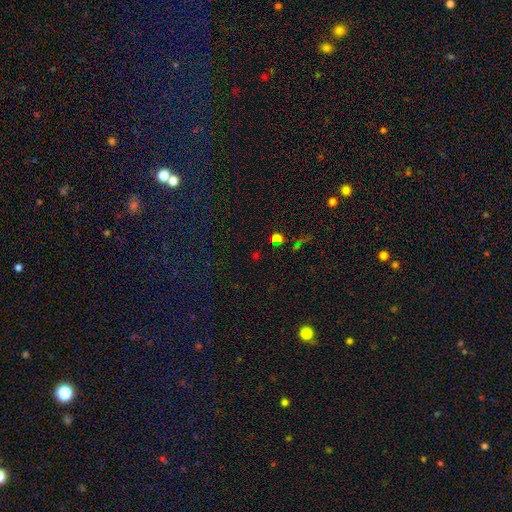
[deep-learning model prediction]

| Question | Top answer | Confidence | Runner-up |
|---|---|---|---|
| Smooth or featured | star or artifact | 54% | smooth (40%) |